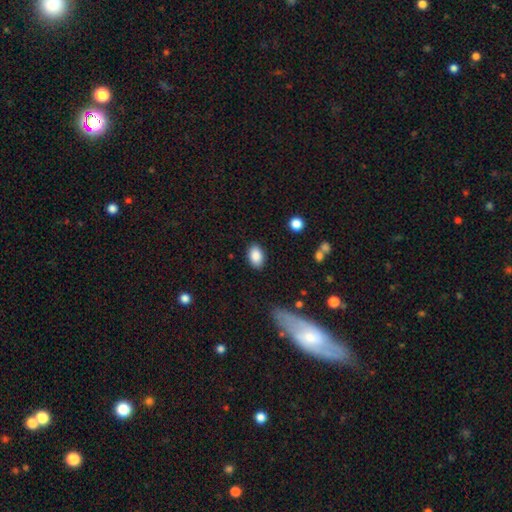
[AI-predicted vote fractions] A smooth galaxy with no disk features (87%) that is in between round and cigar-shaped (87%). Merging: none (87%).